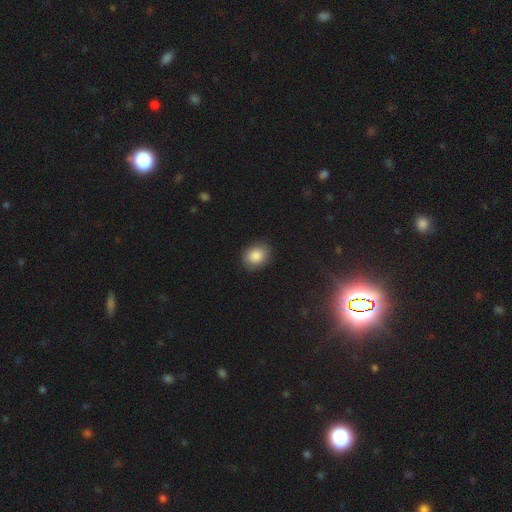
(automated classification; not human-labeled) Smooth or featured? Predicted: smooth (p=0.87). How rounded? Predicted: in between (p=0.52). Merging? Predicted: none (p=0.84).